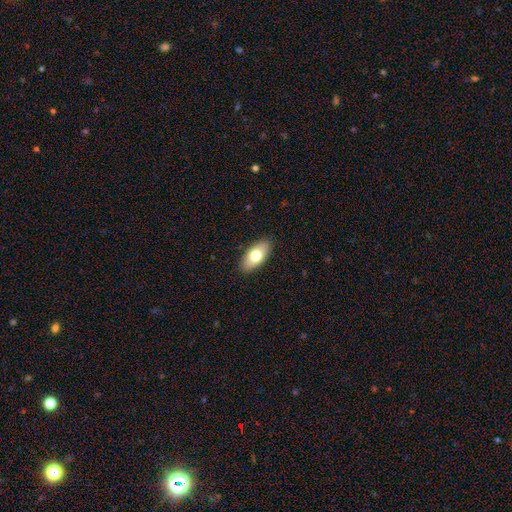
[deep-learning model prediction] smooth 74%, featured or disk 20%, star or artifact 6%. Down the decision tree: how rounded — in between (91%); merging — none (89%).